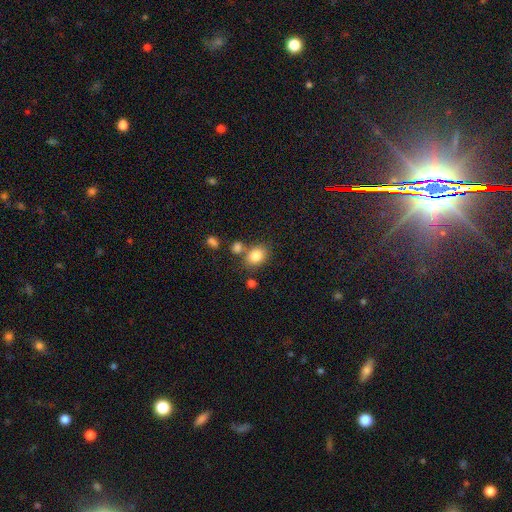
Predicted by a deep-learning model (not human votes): Overall: smooth (82%). How rounded: in between (55%; round 44%). Merging: none (66%).